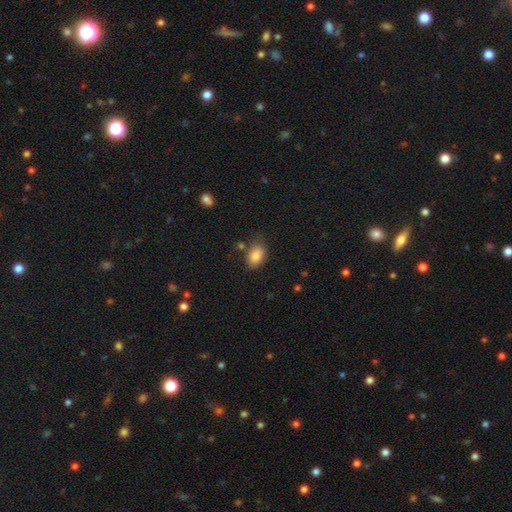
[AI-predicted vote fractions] Overall: smooth (85%). How rounded: in between (86%). Merging: none (64%).